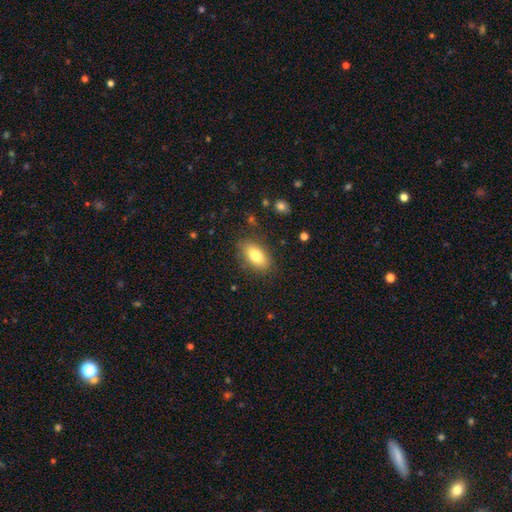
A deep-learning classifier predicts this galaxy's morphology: Smooth or featured? Predicted: smooth (p=0.81). How rounded? Predicted: in between (p=0.90). Merging? Predicted: none (p=0.84).